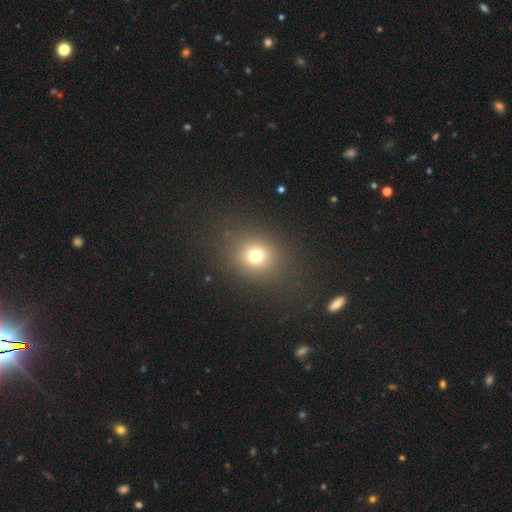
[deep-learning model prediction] Smooth or featured?
  - smooth: 72% *
  - star or artifact: 18%
  - featured or disk: 9%
How rounded?
  - round: 69% *
  - in between: 30%
  - cigar-shaped: 1%
Merging?
  - none: 84% *
  - minor disturbance: 9%
  - major disturbance: 6%
  - merger: 2%